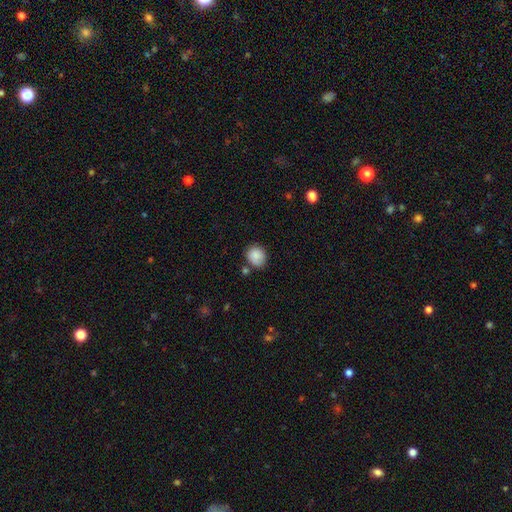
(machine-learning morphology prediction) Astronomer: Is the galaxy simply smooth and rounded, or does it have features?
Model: smooth — 86%.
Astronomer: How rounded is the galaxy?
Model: round — 72%.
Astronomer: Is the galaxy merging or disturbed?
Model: none — 71%.